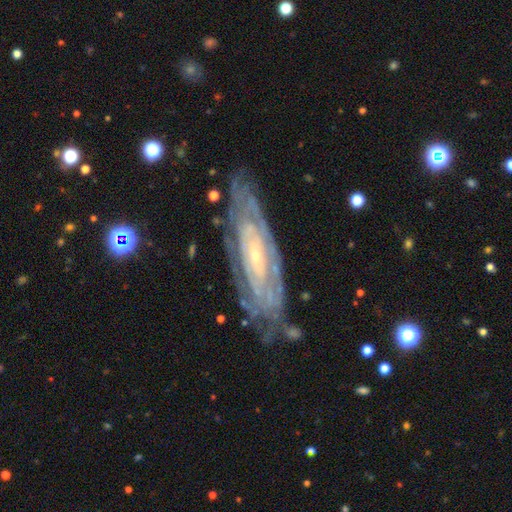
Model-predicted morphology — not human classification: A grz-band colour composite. It shows a featured or disk galaxy (84%) with no bar (58%), tight (78%) spiral arms (92%) and a small central bulge (82%). Merging: none (74%).